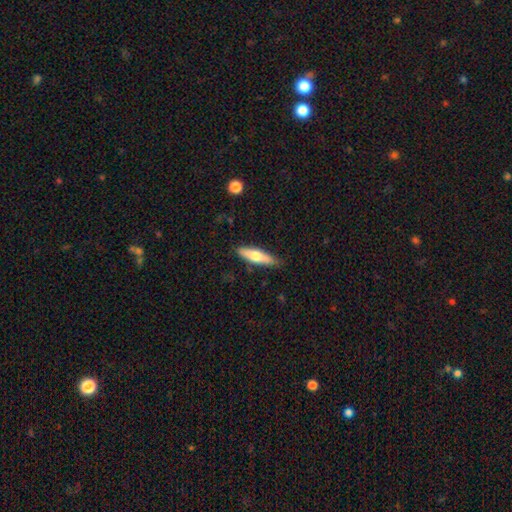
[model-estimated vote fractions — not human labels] Morphology: type=smooth (57%); roundness=cigar-shaped (64%); merging=none (85%).